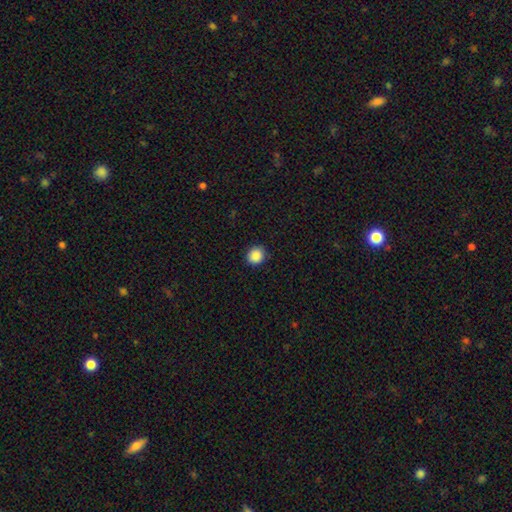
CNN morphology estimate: Smooth or featured? Predicted: smooth (p=0.88). How rounded? Predicted: round (p=0.86). Merging? Predicted: none (p=0.91).